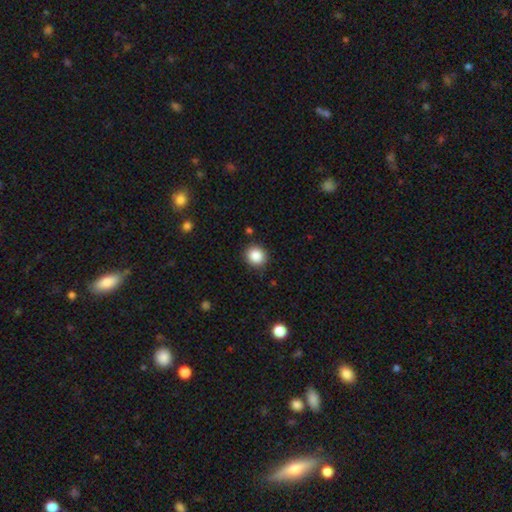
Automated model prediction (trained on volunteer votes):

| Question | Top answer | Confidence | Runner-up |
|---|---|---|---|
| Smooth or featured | smooth | 87% | star or artifact (10%) |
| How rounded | round | 86% | in between (13%) |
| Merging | none | 88% | minor disturbance (8%) |